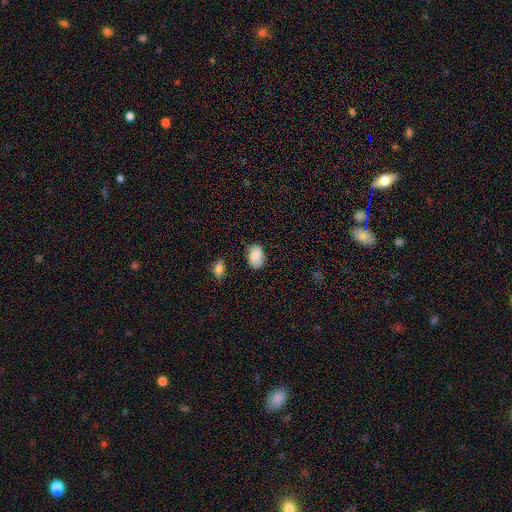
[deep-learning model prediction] smooth-or-featured: smooth: 84% | featured or disk: 8% | star or artifact: 8%
  how-rounded: in between: 83% | round: 16% | cigar-shaped: 1%
  merging: none: 69% | minor disturbance: 24% | major disturbance: 4% | merger: 3%